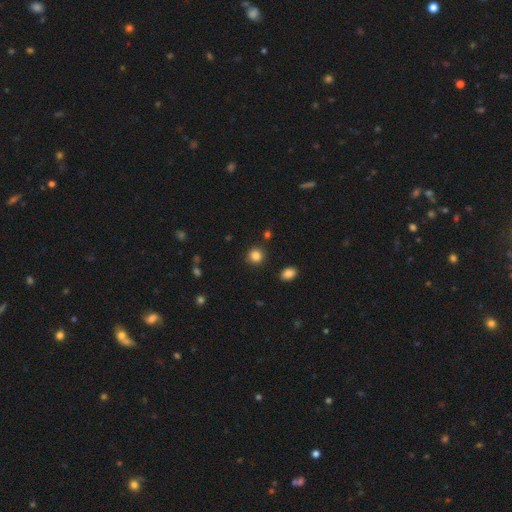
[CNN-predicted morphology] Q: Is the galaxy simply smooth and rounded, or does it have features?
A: smooth — 85%.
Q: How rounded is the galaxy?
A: round — 90%.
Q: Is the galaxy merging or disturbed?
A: none — 89%.